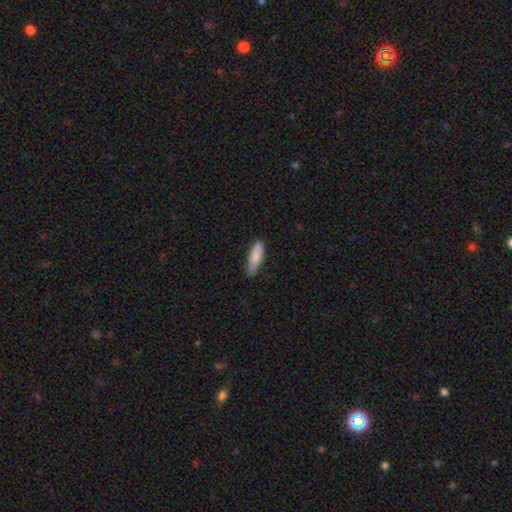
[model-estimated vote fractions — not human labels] The model was most divided on "how rounded": cigar-shaped: 63%, in between: 35%, round: 2%. More confident: smooth or featured — smooth (83%); merging — none (74%).